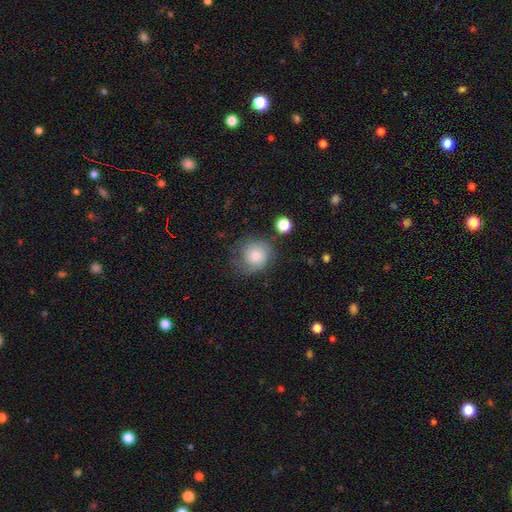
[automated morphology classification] Smooth or featured? smooth (48%)
Merging? none (61%)